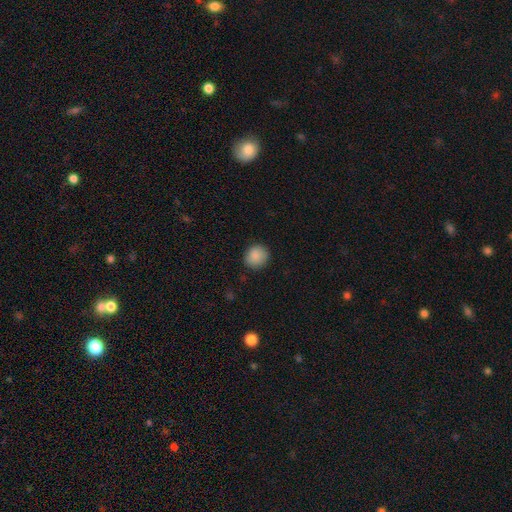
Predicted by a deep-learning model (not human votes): Morphology: type=smooth (88%); roundness=round (82%); merging=none (88%).